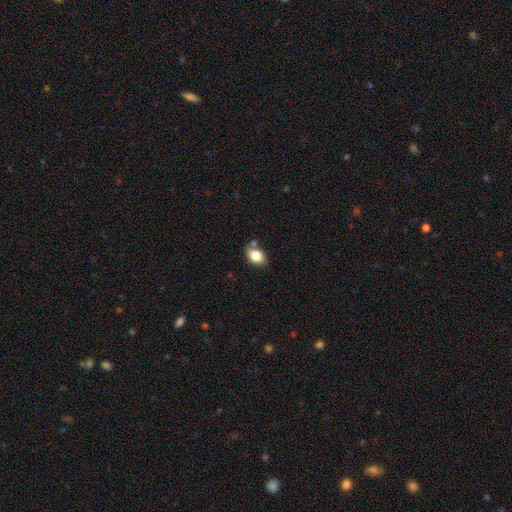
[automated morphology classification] This is clearly a smooth galaxy (80%). How rounded: likely in between (79%). Merging: likely none (63%).